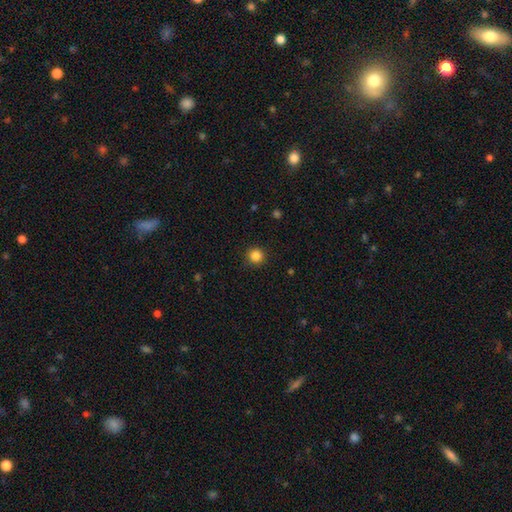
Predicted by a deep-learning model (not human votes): Overall: smooth (85%). How rounded: round (95%). Merging: none (92%).